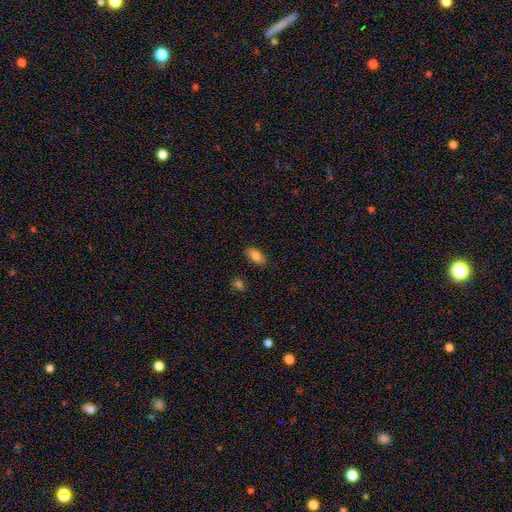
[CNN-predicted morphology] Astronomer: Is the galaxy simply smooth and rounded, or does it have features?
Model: smooth — 85%.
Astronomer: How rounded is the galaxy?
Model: in between — 91%.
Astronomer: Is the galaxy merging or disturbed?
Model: none — 86%.